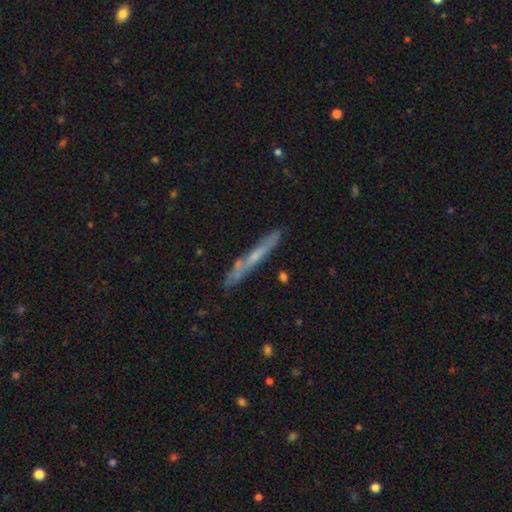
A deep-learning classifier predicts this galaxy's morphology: Smooth or featured? Predicted: featured or disk (p=0.53). Edge-on disk? Predicted: yes (p=0.88). Merging? Predicted: none (p=0.79).